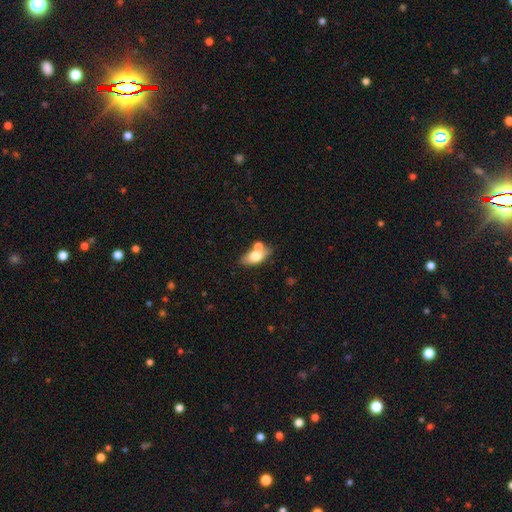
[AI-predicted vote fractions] A smooth galaxy with no disk features (71%) that is in between round and cigar-shaped (84%). Merging: none (56%).